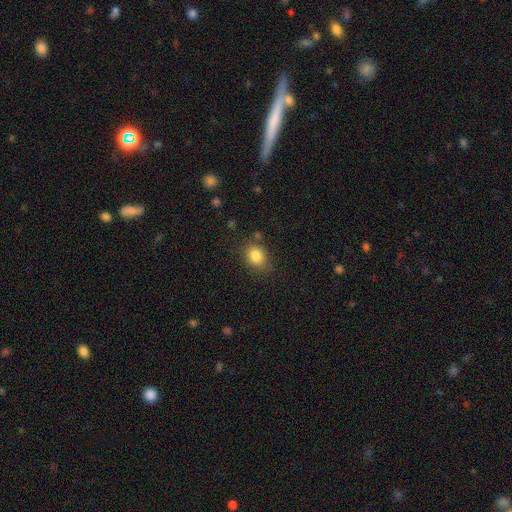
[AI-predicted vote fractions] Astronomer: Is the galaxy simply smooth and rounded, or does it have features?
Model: smooth — 84%.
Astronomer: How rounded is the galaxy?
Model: in between — 55% (runner-up: round, 44%).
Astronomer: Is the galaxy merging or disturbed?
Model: none — 78%.